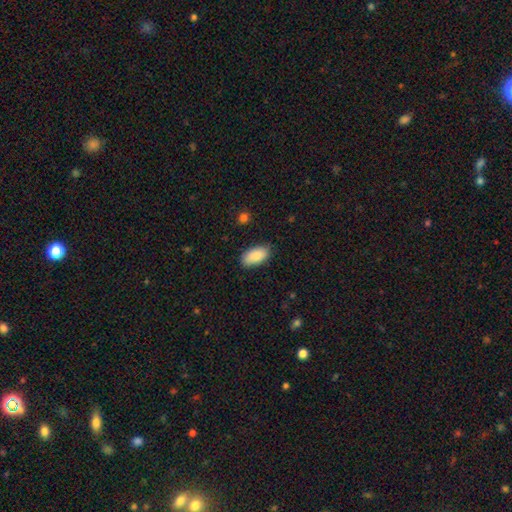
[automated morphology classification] This is clearly a smooth galaxy (89%). How rounded: clearly in between (94%). Merging: clearly none (81%).